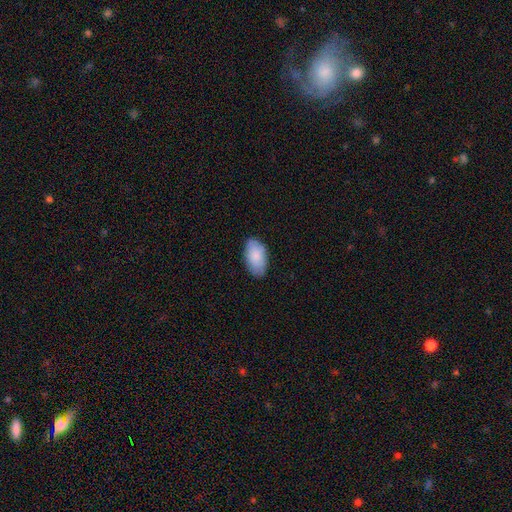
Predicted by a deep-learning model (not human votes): A smooth galaxy with no disk features (85%) that is in between round and cigar-shaped (95%).

Vote fractions:
- Smooth or featured? smooth: 85% / featured or disk: 9% / star or artifact: 6%
- How rounded? in between: 95% / round: 3% / cigar-shaped: 2%
- Merging? none: 81% / minor disturbance: 15% / major disturbance: 3% / merger: 1%